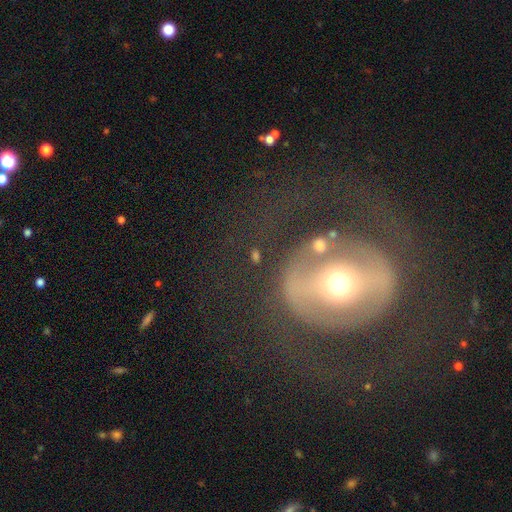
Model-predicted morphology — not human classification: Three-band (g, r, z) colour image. It shows a featured or disk galaxy (66%) with a strong bar (45%), no spiral arms (62%) and a moderate central bulge (67%). Merging: none (65%).